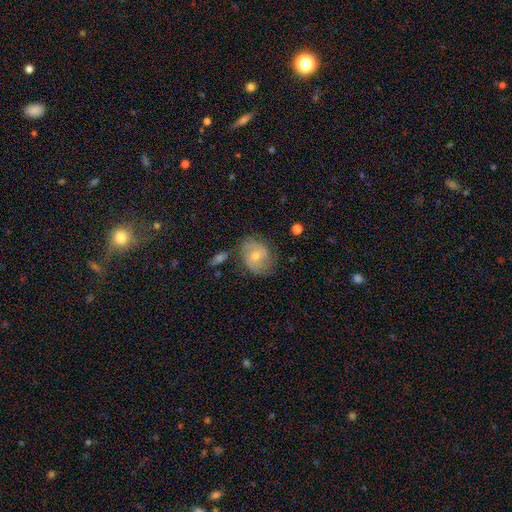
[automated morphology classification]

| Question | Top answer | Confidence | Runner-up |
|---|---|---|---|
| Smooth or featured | featured or disk | 49% | smooth (41%) |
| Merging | none | 68% | minor disturbance (20%) |